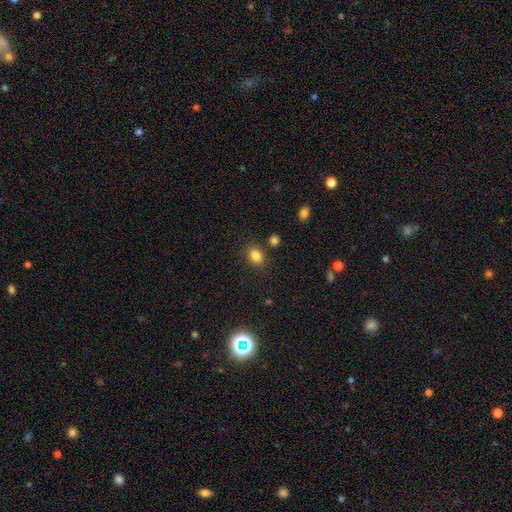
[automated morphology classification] Smooth or featured: smooth — 83% (star or artifact — 12%)
How rounded: round — 50% (in between — 49%)
Merging: none — 83% (minor disturbance — 10%)